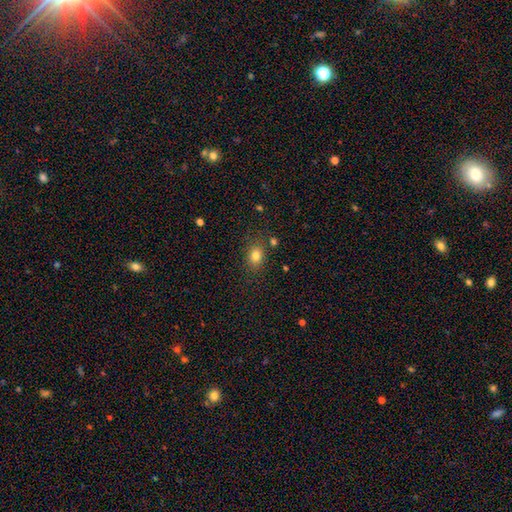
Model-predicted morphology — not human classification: Smooth or featured: smooth — 80% (star or artifact — 12%)
How rounded: in between — 60% (round — 39%)
Merging: none — 79% (minor disturbance — 12%)